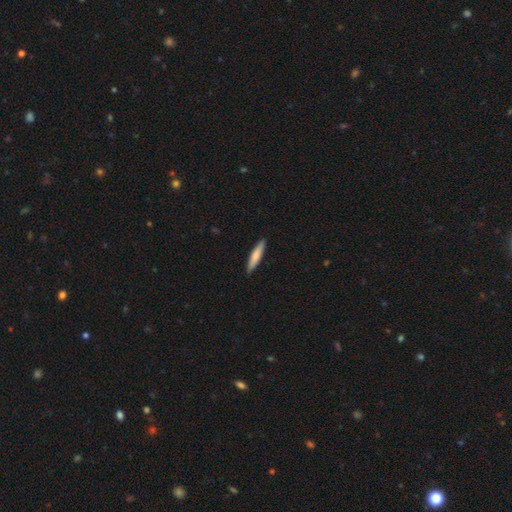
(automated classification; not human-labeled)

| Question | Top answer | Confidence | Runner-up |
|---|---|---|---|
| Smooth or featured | smooth | 78% | featured or disk (17%) |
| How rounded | cigar-shaped | 87% | in between (12%) |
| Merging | none | 90% | minor disturbance (7%) |